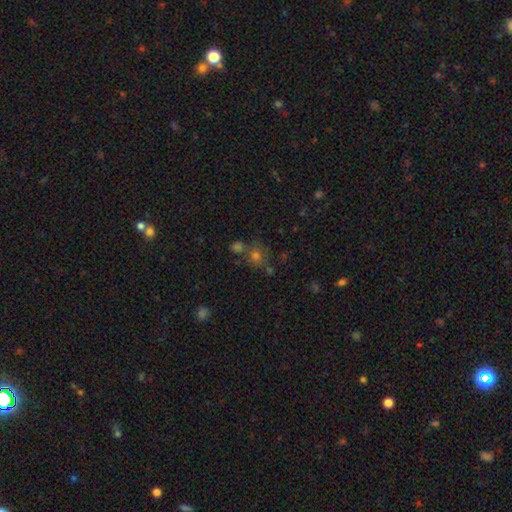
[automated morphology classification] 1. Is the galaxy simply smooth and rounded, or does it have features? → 60% smooth, 28% star or artifact, 12% featured or disk.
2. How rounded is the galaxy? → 80% round, 19% in between, 1% cigar-shaped.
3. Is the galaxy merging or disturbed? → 61% none, 22% merger, 11% minor disturbance, 5% major disturbance.